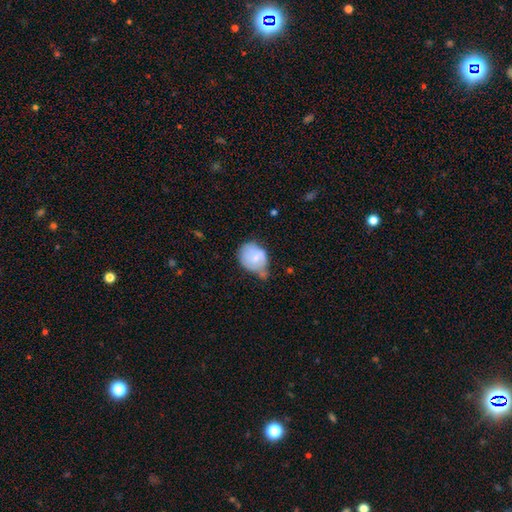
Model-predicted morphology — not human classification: Smooth or featured?
  - smooth: 66% *
  - featured or disk: 27%
  - star or artifact: 7%
How rounded?
  - round: 55% *
  - in between: 44%
  - cigar-shaped: 1%
Merging?
  - minor disturbance: 41% *
  - none: 31%
  - major disturbance: 15%
  - merger: 13%